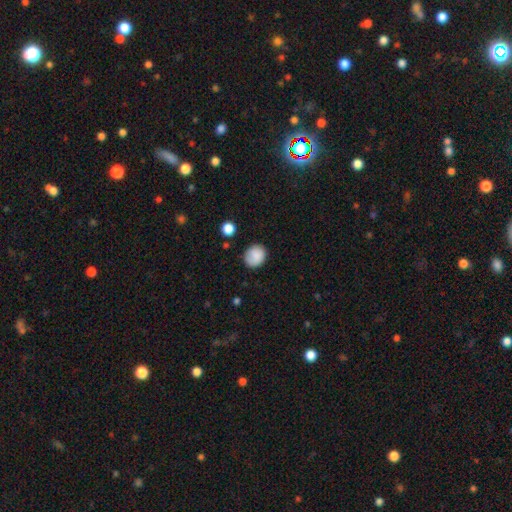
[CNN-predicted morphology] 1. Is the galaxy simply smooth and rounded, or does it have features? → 86% smooth, 8% star or artifact, 5% featured or disk.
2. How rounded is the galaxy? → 73% round, 26% in between, 1% cigar-shaped.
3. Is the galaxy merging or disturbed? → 78% none, 16% minor disturbance, 4% major disturbance, 2% merger.